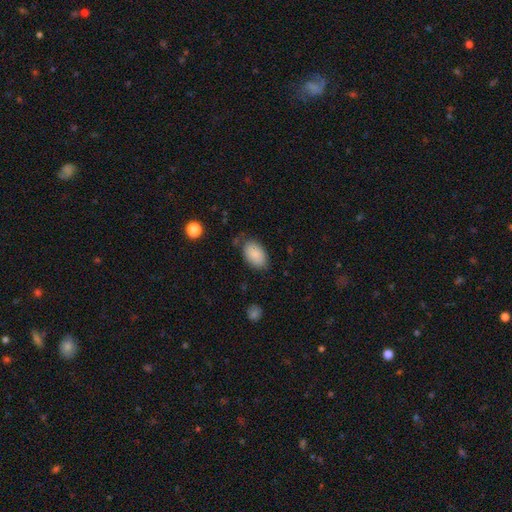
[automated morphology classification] This is clearly a smooth galaxy (87%). How rounded: clearly in between (92%). Merging: likely none (74%).